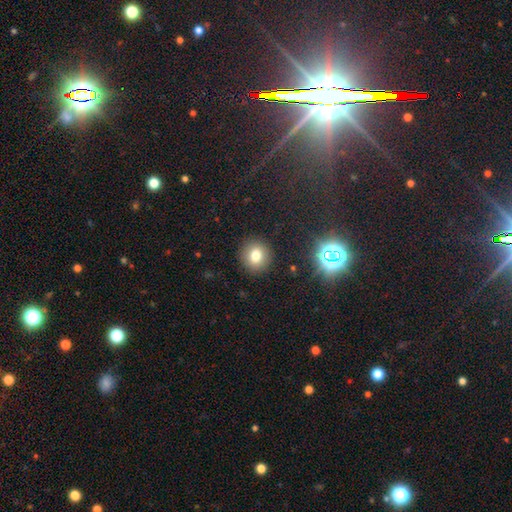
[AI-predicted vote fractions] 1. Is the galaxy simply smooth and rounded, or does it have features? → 75% smooth, 15% star or artifact, 9% featured or disk.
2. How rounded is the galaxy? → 87% round, 12% in between, 1% cigar-shaped.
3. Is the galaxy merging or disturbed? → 90% none, 6% minor disturbance, 2% major disturbance, 1% merger.